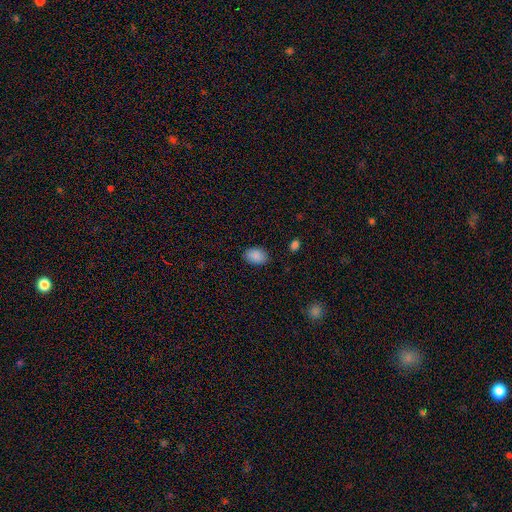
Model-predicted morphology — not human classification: Smooth or featured? Predicted: smooth (p=0.89). How rounded? Predicted: in between (p=0.85). Merging? Predicted: none (p=0.85).